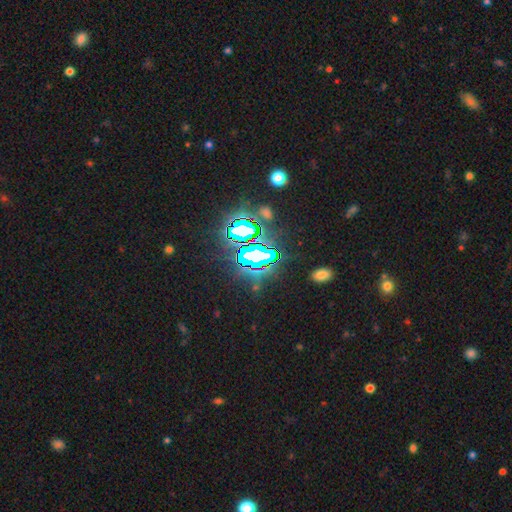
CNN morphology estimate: A star or artifact, not a galaxy (78%).

Vote fractions:
- Smooth or featured? star or artifact: 78% / featured or disk: 11% / smooth: 11%